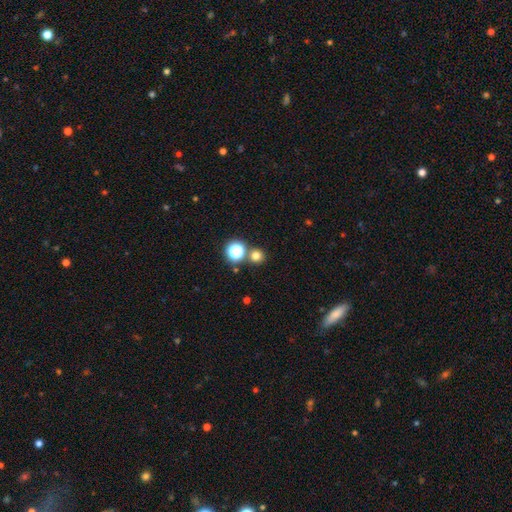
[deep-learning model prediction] A smooth galaxy with no disk features (73%) that is round (92%). Merging: none (75%).